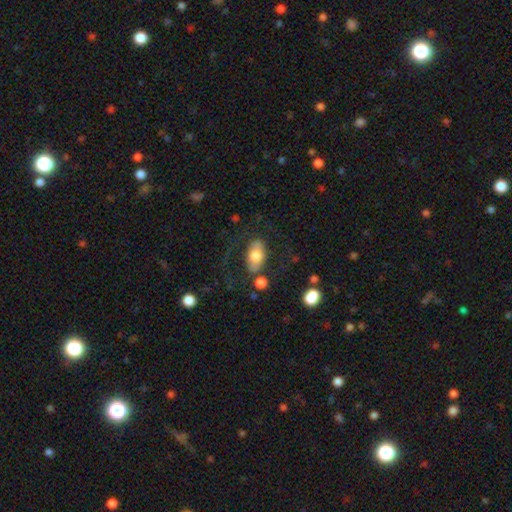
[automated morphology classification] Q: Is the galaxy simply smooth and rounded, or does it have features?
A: smooth — 65%.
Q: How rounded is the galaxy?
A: in between — 91%.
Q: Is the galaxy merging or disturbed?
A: none — 63%.